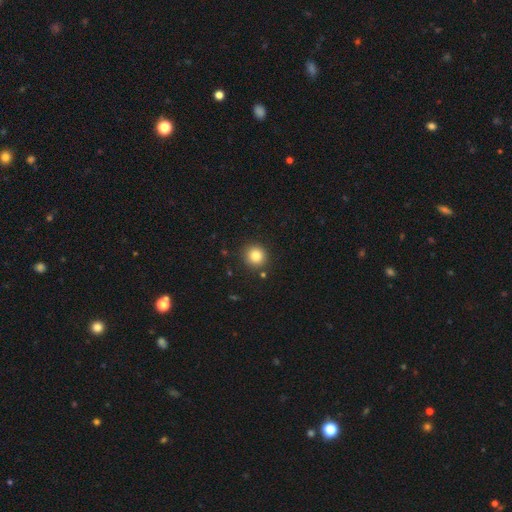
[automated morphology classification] smooth 83%, star or artifact 11%, featured or disk 6%. Down the decision tree: how rounded — round (92%); merging — none (88%).